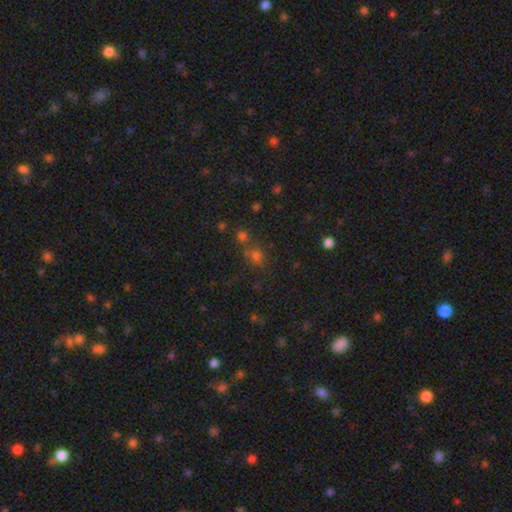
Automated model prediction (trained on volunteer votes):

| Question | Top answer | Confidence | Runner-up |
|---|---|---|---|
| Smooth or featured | smooth | 55% | star or artifact (35%) |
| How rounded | round | 77% | in between (22%) |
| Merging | none | 56% | merger (29%) |